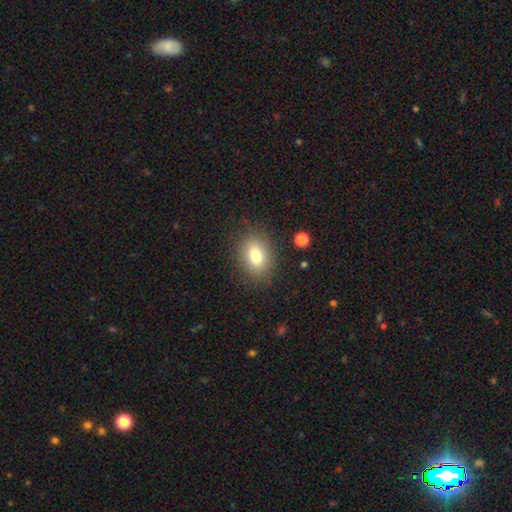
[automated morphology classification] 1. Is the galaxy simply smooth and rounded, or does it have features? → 77% smooth, 12% featured or disk, 11% star or artifact.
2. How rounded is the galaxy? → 68% in between, 31% round, 1% cigar-shaped.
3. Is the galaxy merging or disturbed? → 84% none, 10% minor disturbance, 4% major disturbance, 2% merger.